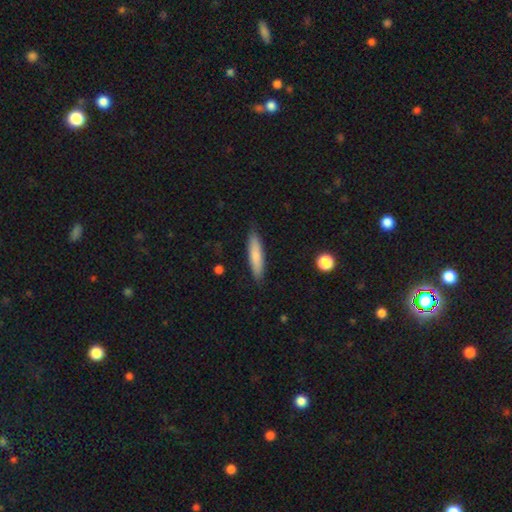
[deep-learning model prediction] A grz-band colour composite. It shows a smooth galaxy with no disk features (79%) that is cigar-shaped (83%). Merging: none (87%).